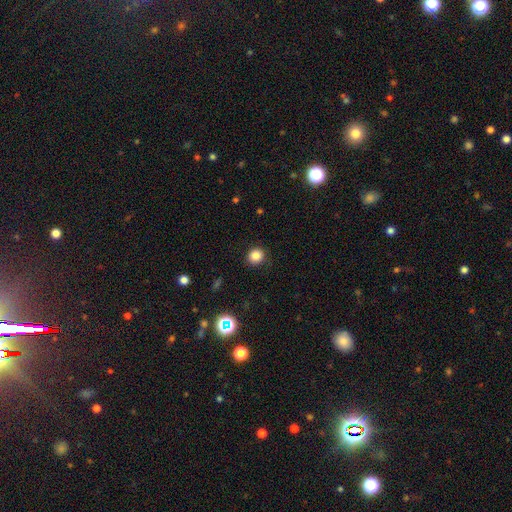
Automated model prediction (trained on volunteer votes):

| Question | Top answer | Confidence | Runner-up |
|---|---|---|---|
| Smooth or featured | smooth | 84% | star or artifact (12%) |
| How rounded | round | 87% | in between (12%) |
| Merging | none | 89% | minor disturbance (8%) |